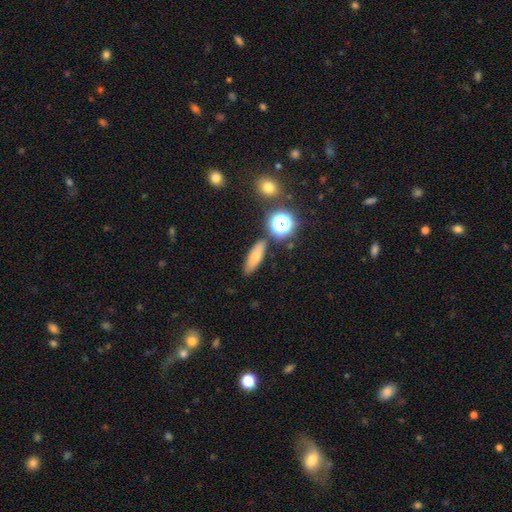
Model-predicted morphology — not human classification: Q: Smooth or featured?
A: smooth (69%); runner-up: featured or disk (16%)
Q: How rounded?
A: in between (50%); runner-up: cigar-shaped (37%)
Q: Merging?
A: none (80%); runner-up: minor disturbance (11%)